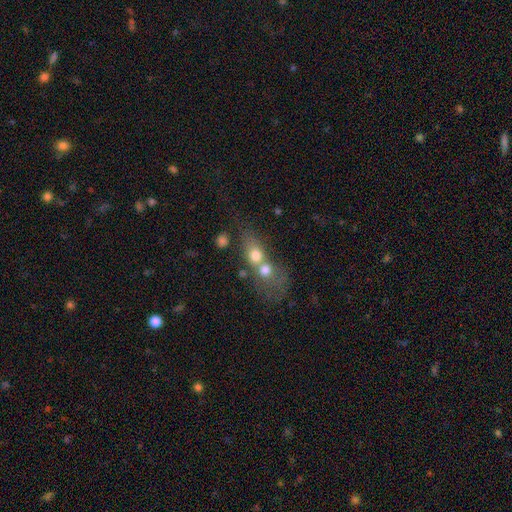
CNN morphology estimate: smooth_or_featured: smooth (p=0.66) [alt: featured or disk p=0.22]
how_rounded: round (p=0.52) [alt: in between p=0.43]
merging: merger (p=0.68) [alt: none p=0.19]